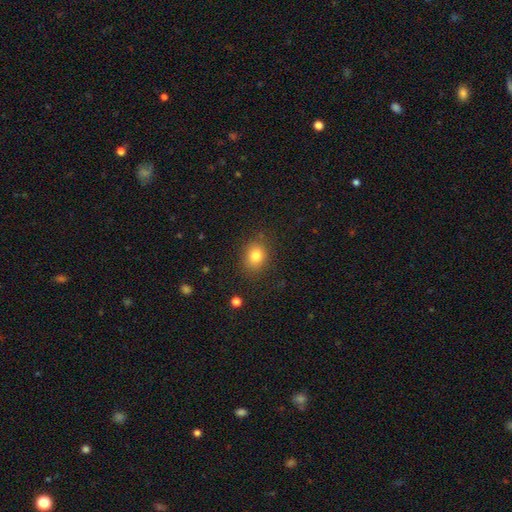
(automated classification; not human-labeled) A smooth galaxy with no disk features (81%) that is round (52%). Merging: none (83%).